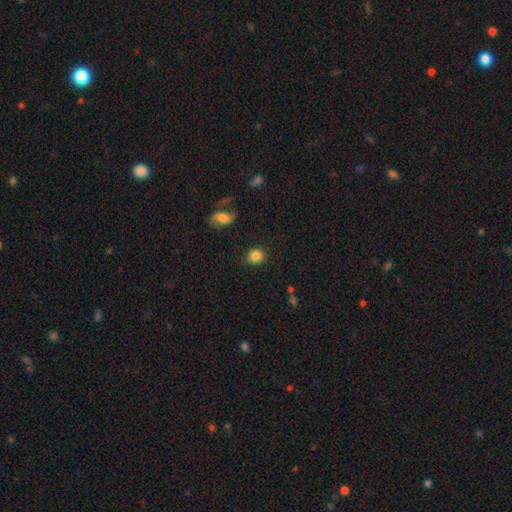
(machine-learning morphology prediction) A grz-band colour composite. It shows a smooth galaxy with no disk features (86%) that is round (66%). Merging: none (84%).